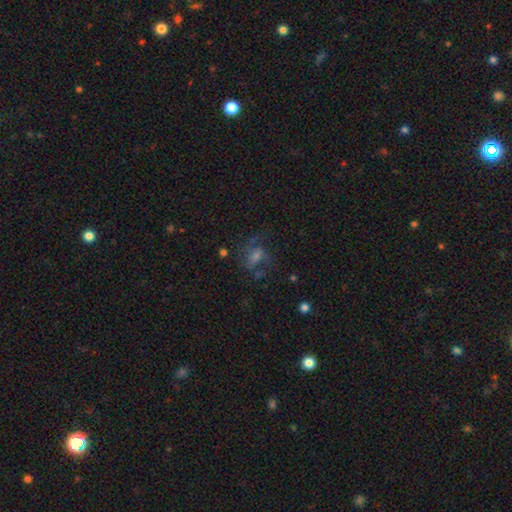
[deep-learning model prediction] Morphology: type=featured or disk (55%); edge-on=no (96%); bar=weak (43%, tied with no); spiral arms=yes (77%); bulge=small (45%); merging=none (50%).